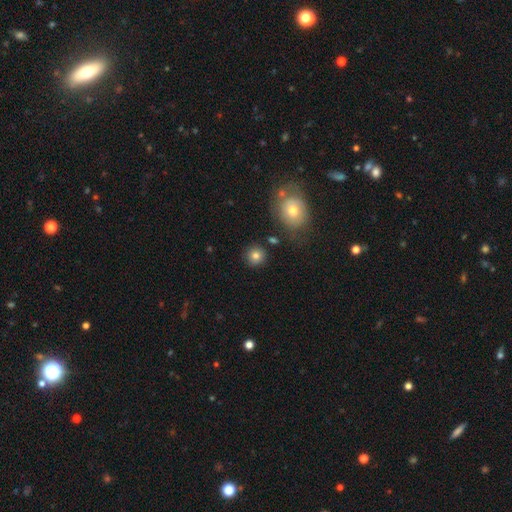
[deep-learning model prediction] This is clearly a smooth galaxy (81%). How rounded: clearly round (91%). Merging: clearly none (85%).